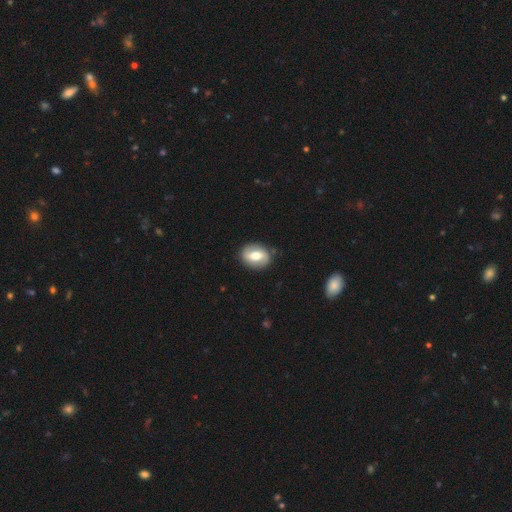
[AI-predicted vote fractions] Overall: featured or disk (47%; smooth 46%). Merging: none (85%).